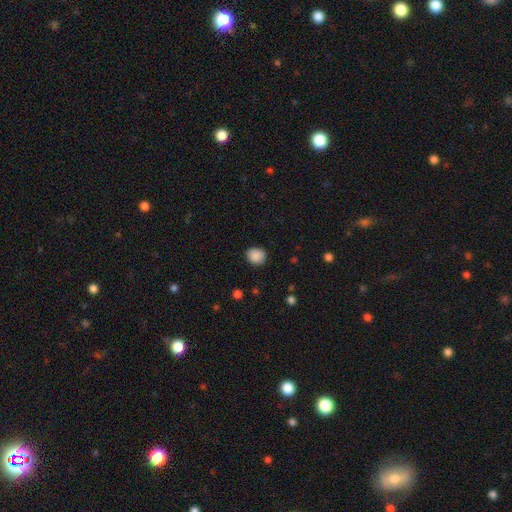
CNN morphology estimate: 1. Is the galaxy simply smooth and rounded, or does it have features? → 88% smooth, 9% star or artifact, 3% featured or disk.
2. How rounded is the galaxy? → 71% round, 28% in between, 1% cigar-shaped.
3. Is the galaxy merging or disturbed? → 87% none, 10% minor disturbance, 3% major disturbance, 1% merger.